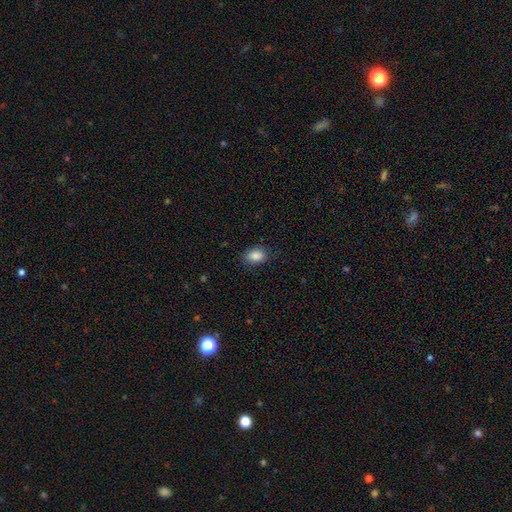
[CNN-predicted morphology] smooth_or_featured: smooth (p=0.88) [alt: star or artifact p=0.08]
how_rounded: in between (p=0.83) [alt: round p=0.15]
merging: none (p=0.80) [alt: minor disturbance p=0.15]